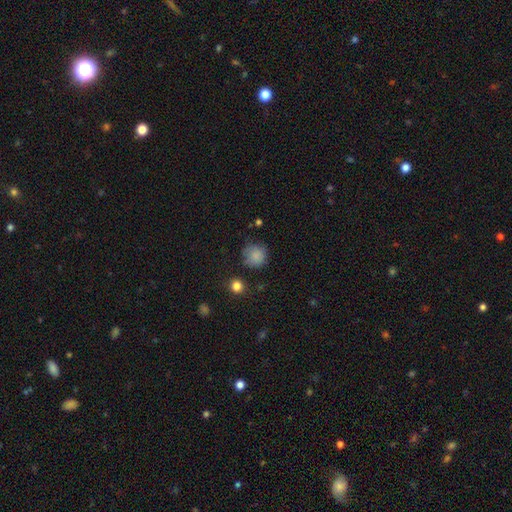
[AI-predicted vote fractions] smooth_or_featured: smooth (p=0.85) [alt: star or artifact p=0.10]
how_rounded: round (p=0.91) [alt: in between p=0.08]
merging: none (p=0.74) [alt: minor disturbance p=0.18]